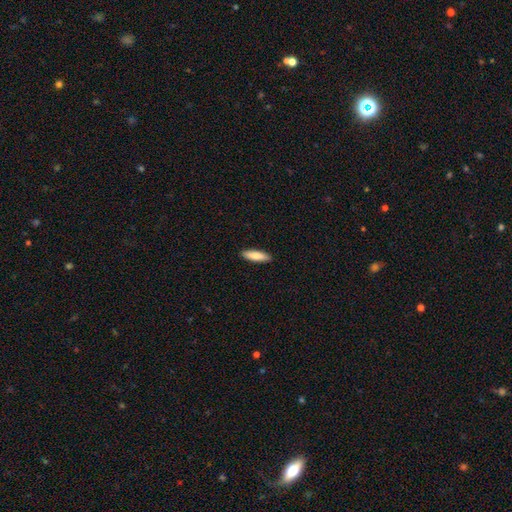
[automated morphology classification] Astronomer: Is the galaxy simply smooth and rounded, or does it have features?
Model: smooth — 83%.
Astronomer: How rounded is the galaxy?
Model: cigar-shaped — 61% (runner-up: in between, 37%).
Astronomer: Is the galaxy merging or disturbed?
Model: none — 91%.